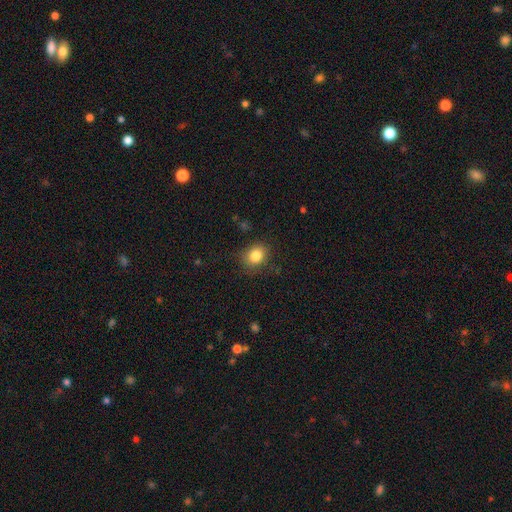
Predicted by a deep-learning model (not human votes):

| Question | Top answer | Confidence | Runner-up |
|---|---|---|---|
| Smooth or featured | smooth | 83% | star or artifact (10%) |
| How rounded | round | 63% | in between (36%) |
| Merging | none | 82% | minor disturbance (13%) |